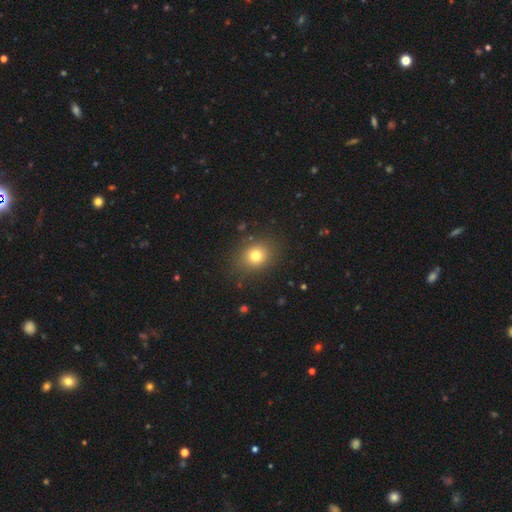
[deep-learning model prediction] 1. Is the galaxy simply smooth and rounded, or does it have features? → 76% smooth, 15% star or artifact, 10% featured or disk.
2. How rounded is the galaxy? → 67% round, 32% in between, 1% cigar-shaped.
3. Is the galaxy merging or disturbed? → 86% none, 9% minor disturbance, 4% major disturbance, 1% merger.